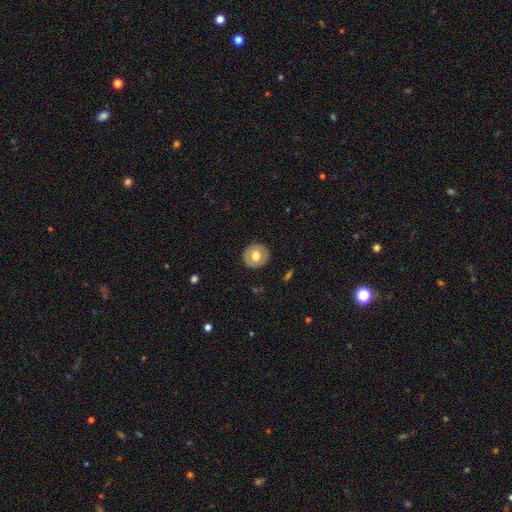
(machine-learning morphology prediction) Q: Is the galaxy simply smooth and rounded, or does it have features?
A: smooth — 61%.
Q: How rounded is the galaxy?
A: round — 89%.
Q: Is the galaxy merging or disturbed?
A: none — 88%.